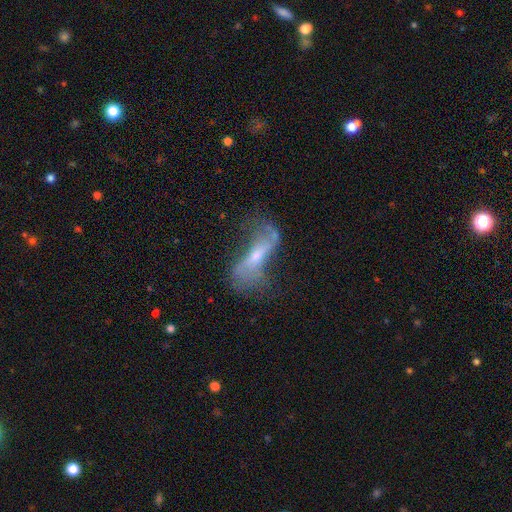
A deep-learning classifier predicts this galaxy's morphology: This is likely a featured or disk galaxy (70%). It is clearly not viewed edge-on (82%). Bar: marginally no (37%). Spiral arm pattern: likely yes (77%). Central bulge: possibly small (49%). Merging: possibly none (50%).